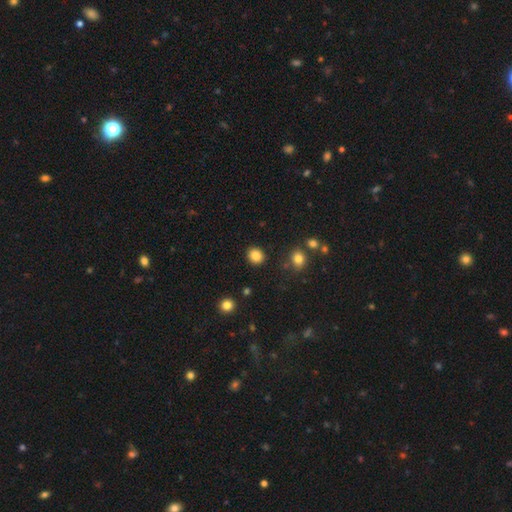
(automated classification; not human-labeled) Overall: smooth (86%). How rounded: round (80%). Merging: none (89%).